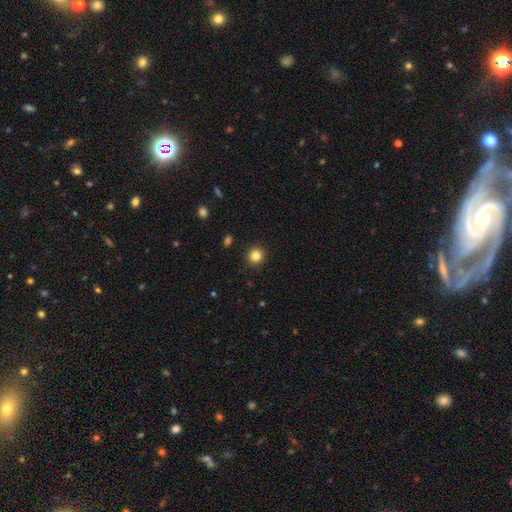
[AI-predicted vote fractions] Smooth or featured: smooth — 84% (star or artifact — 12%)
How rounded: round — 94% (in between — 5%)
Merging: none — 93% (minor disturbance — 5%)